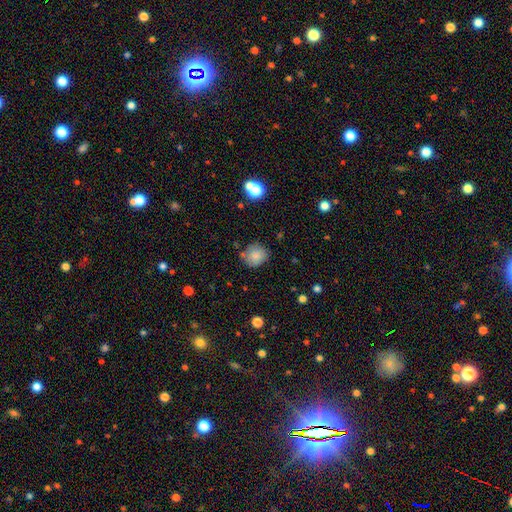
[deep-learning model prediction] The model was most divided on "merging": none: 77%, minor disturbance: 15%, merger: 4%, major disturbance: 4%. More confident: smooth or featured — smooth (82%); how rounded — round (80%).